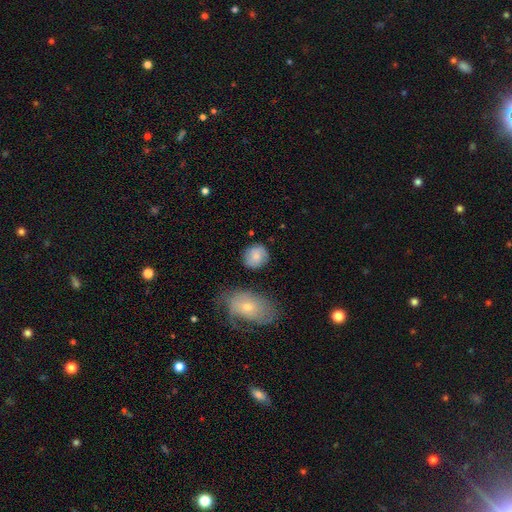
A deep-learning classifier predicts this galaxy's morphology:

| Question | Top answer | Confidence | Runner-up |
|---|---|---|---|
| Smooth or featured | smooth | 72% | featured or disk (20%) |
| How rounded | round | 76% | in between (23%) |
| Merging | none | 75% | minor disturbance (16%) |